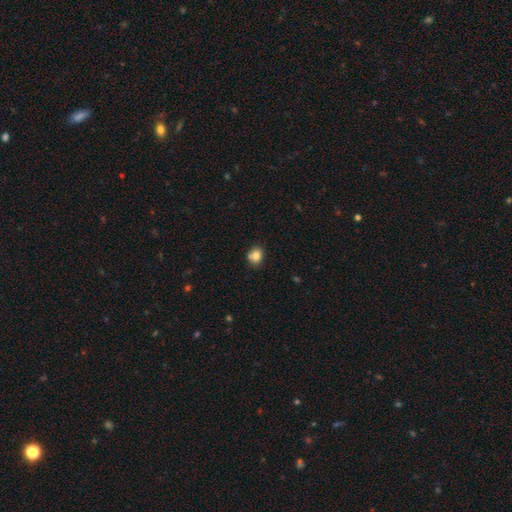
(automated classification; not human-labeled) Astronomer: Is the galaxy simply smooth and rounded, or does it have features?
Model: smooth — 81%.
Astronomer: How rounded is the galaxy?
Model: round — 63%.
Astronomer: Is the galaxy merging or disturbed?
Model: none — 67%.